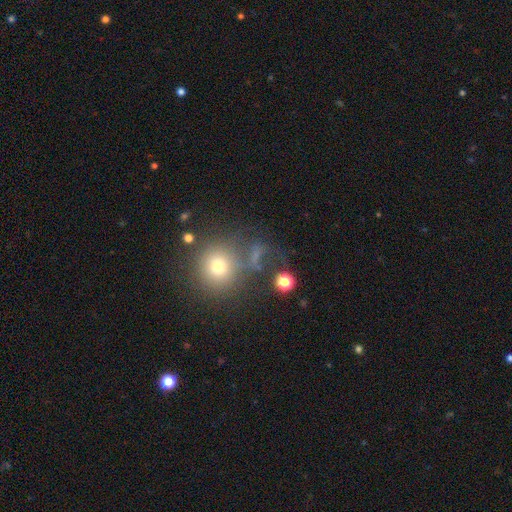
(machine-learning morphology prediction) type=smooth (52%); roundness=round (73%); merging=none (52%).